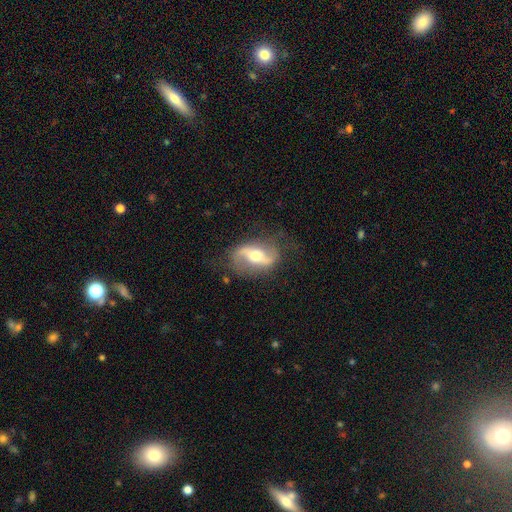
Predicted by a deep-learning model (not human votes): smooth-or-featured: featured or disk: 78% | smooth: 16% | star or artifact: 6%
  disk-edge-on: no: 89% | yes: 11%
    bar: strong: 47% | weak: 32% | no: 21%
    has-spiral-arms: yes: 83% | no: 17%
      spiral-winding: loose: 65% | medium: 27% | tight: 9%
      spiral-arm-count: 2: 88% | can't tell: 5% | 1: 4% | 3: 1% | 4: 1% | more than 4: 1%
    bulge-size: moderate: 67% | small: 16% | large: 14% | dominant: 2% | none: 1%
  merging: none: 68% | minor disturbance: 19% | major disturbance: 11% | merger: 2%